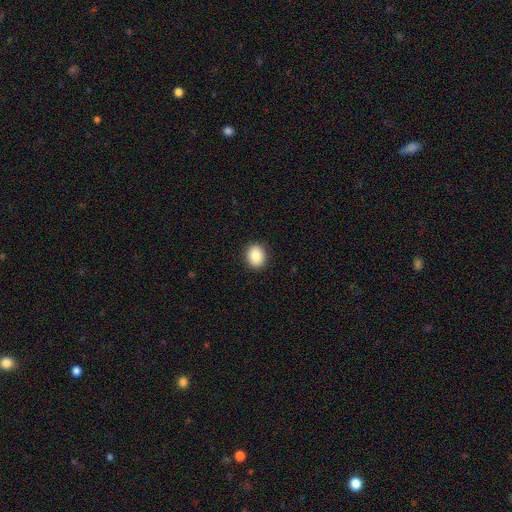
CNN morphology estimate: smooth_or_featured: smooth (p=0.86) [alt: star or artifact p=0.08]
how_rounded: round (p=0.63) [alt: in between p=0.36]
merging: none (p=0.91) [alt: minor disturbance p=0.06]